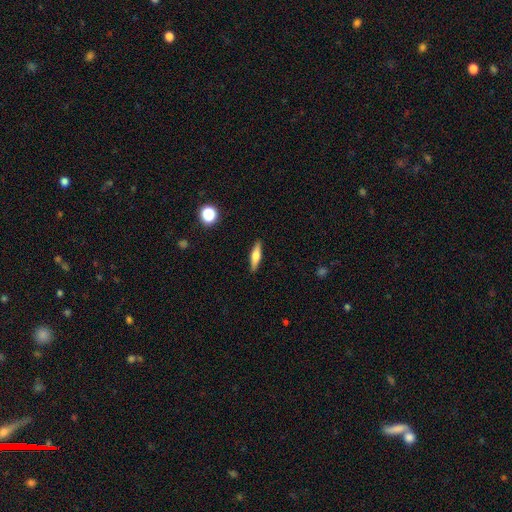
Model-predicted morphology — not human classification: Smooth or featured?
  - smooth: 54% *
  - featured or disk: 38%
  - star or artifact: 7%
How rounded?
  - cigar-shaped: 68% *
  - in between: 29%
  - round: 3%
Merging?
  - none: 89% *
  - minor disturbance: 8%
  - major disturbance: 2%
  - merger: 1%